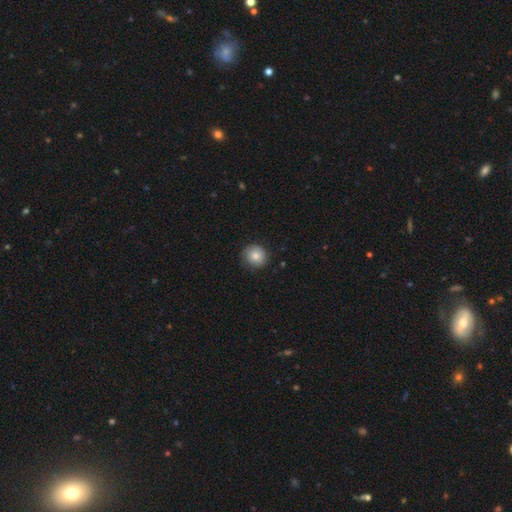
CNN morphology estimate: Smooth or featured?
  - smooth: 81% *
  - featured or disk: 11%
  - star or artifact: 8%
How rounded?
  - round: 88% *
  - in between: 11%
  - cigar-shaped: 1%
Merging?
  - none: 82% *
  - minor disturbance: 14%
  - major disturbance: 3%
  - merger: 1%